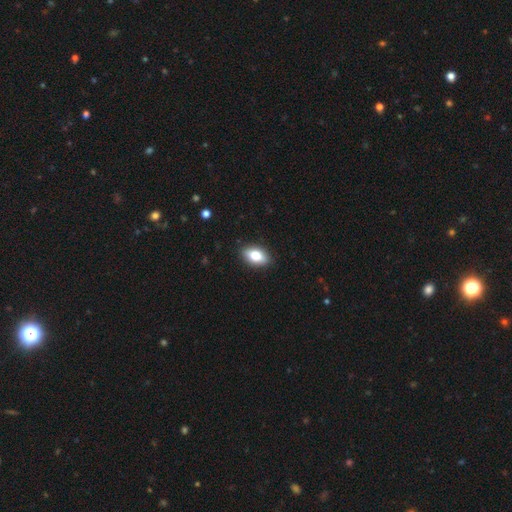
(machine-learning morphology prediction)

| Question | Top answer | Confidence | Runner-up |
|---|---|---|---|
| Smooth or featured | smooth | 78% | featured or disk (14%) |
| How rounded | in between | 88% | round (9%) |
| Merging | none | 89% | minor disturbance (8%) |